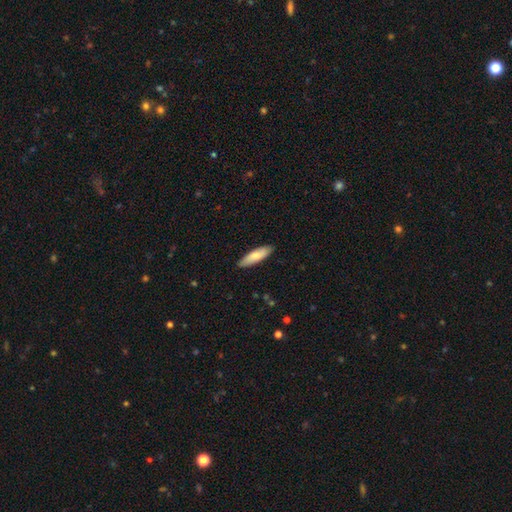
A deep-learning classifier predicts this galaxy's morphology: A smooth galaxy with no disk features (79%) that is cigar-shaped (59%). Merging: none (88%).